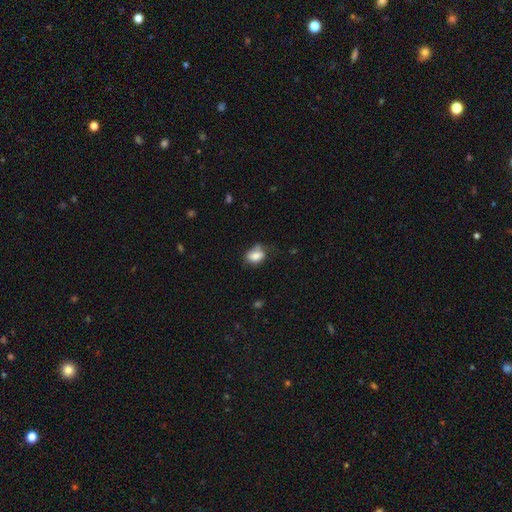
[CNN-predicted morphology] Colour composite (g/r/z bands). It shows a smooth galaxy with no disk features (80%) that is in between round and cigar-shaped (79%). Merging: none (48%).